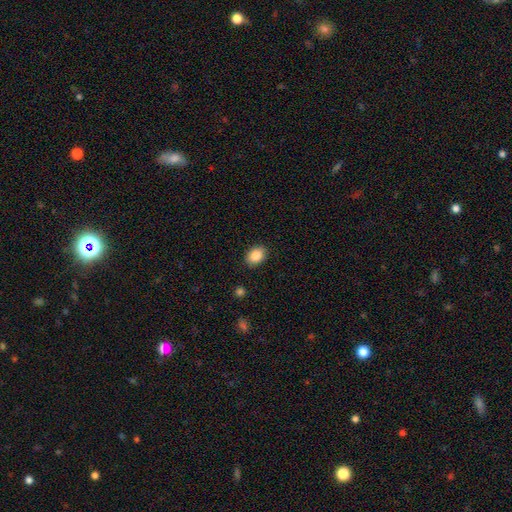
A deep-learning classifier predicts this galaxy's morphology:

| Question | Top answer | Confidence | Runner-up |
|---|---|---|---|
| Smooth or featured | smooth | 87% | star or artifact (8%) |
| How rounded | in between | 71% | round (28%) |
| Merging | none | 87% | minor disturbance (9%) |